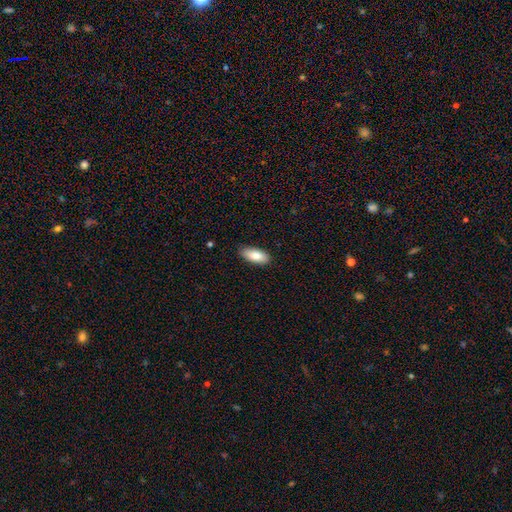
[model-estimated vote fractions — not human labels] Smooth or featured?
  - smooth: 83% *
  - featured or disk: 11%
  - star or artifact: 6%
How rounded?
  - in between: 87% *
  - cigar-shaped: 11%
  - round: 2%
Merging?
  - none: 86% *
  - minor disturbance: 11%
  - major disturbance: 2%
  - merger: 1%